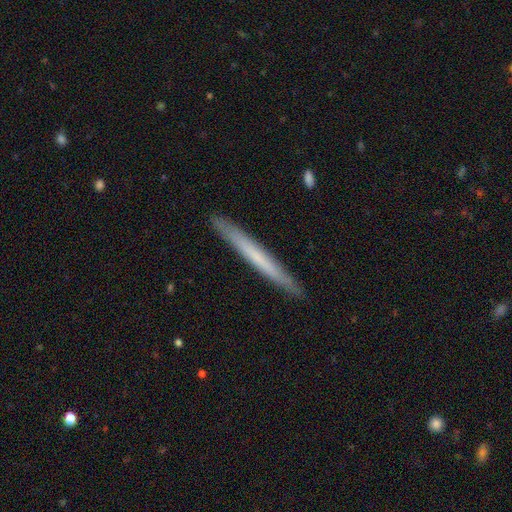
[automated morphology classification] Overall: smooth (54%; featured or disk 41%). How rounded: cigar-shaped (97%). Merging: none (91%).